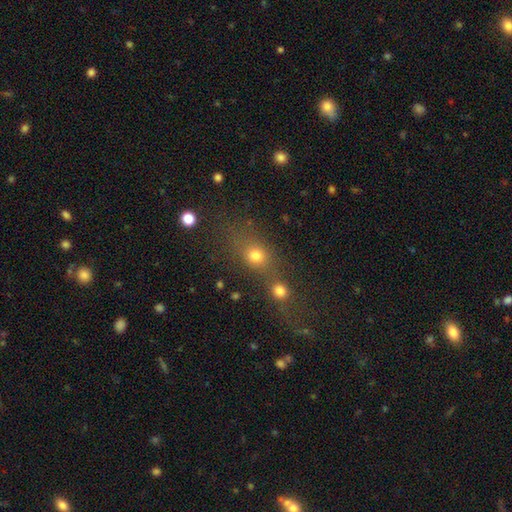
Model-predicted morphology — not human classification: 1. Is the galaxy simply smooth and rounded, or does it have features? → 69% smooth, 19% star or artifact, 12% featured or disk.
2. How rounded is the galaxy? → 65% round, 30% in between, 6% cigar-shaped.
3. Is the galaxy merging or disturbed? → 48% merger, 38% none, 8% minor disturbance, 7% major disturbance.